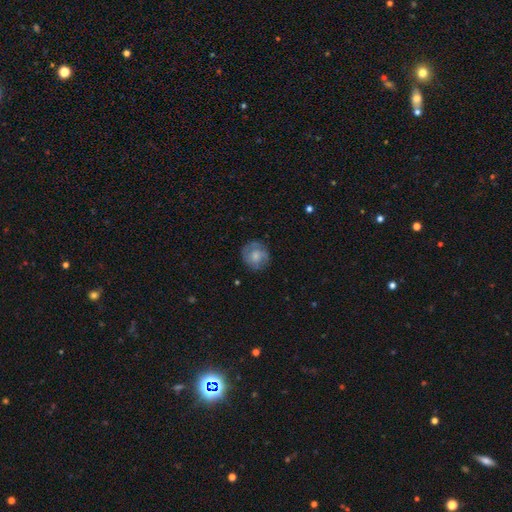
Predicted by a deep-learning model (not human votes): This is possibly a smooth galaxy (54%). How rounded: clearly round (86%). Merging: likely none (75%).